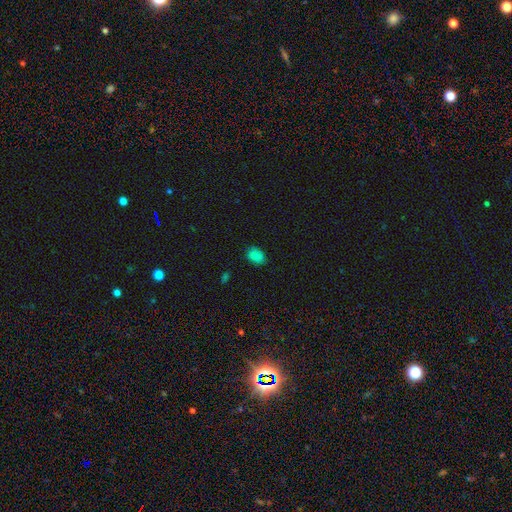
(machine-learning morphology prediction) This appears to be a smooth galaxy with no disk features (83%) that is in between round and cigar-shaped (81%). Merging: none (81%).